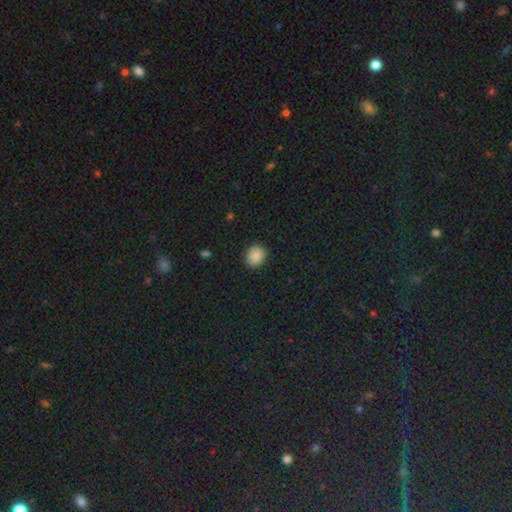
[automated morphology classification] Smooth or featured? Predicted: smooth (p=0.85). How rounded? Predicted: round (p=0.71). Merging? Predicted: none (p=0.89).